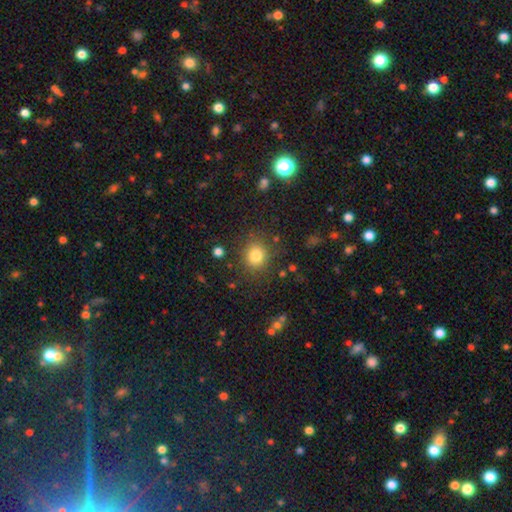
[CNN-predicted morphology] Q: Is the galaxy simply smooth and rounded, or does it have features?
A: smooth — 80%.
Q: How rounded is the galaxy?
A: round — 80%.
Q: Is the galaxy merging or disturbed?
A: none — 82%.